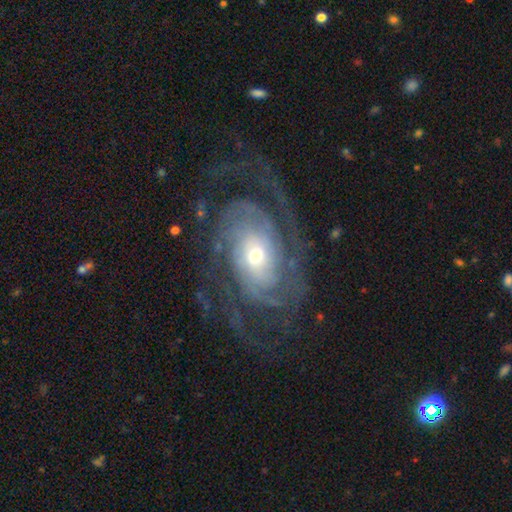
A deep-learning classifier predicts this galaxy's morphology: A featured or disk galaxy (90%) with no bar (64%), 2 (37%) tight (57%) spiral arms (97%) and a moderate central bulge (47%).

Vote fractions:
- Smooth or featured? featured or disk: 90% / star or artifact: 5% / smooth: 5%
- Edge-on disk? no: 96% / yes: 4%
- Bar? no: 64% / weak: 25% / strong: 11%
- Spiral arms? yes: 97% / no: 3%
- Spiral winding? tight: 57% / medium: 32% / loose: 10%
- Spiral arm count? 2: 37% / can't tell: 20% / 3: 19% / 4: 10% / more than 4: 7% / 1: 7%
- Bulge size? moderate: 47% / small: 46% / large: 5% / dominant: 1% / none: 1%
- Merging? none: 70% / major disturbance: 14% / minor disturbance: 14% / merger: 1%